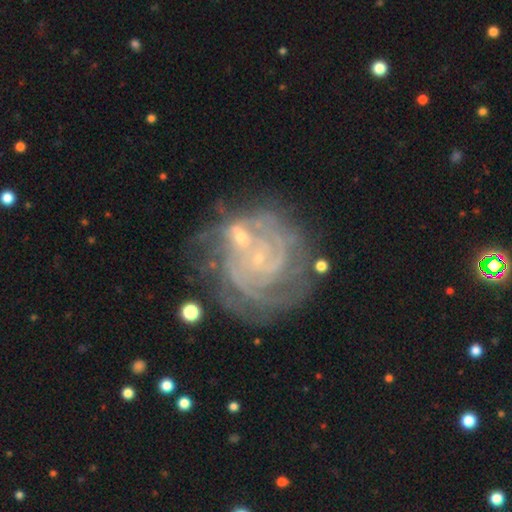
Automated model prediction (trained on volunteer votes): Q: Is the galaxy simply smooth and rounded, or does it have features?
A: featured or disk — 82%.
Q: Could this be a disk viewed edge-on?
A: no — 98%.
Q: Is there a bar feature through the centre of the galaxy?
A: no — 71%.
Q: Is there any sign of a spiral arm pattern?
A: yes — 93%.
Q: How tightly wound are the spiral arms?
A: tight — 71%.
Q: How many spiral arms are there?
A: can't tell — 35%.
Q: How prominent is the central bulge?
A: small — 81%.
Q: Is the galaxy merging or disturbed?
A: none — 57%.